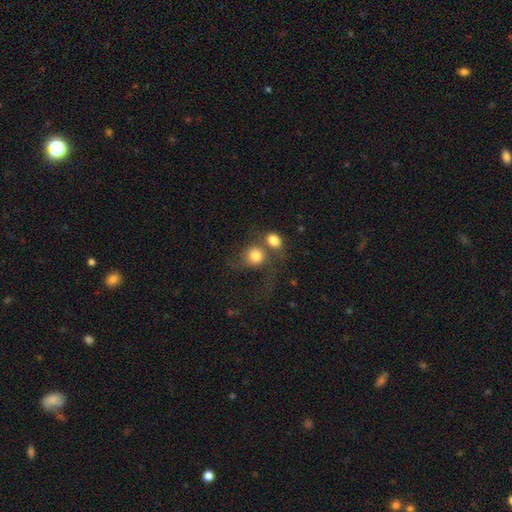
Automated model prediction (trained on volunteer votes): Smooth or featured? smooth (77%)
How rounded? round (75%)
Merging? merger (52%)